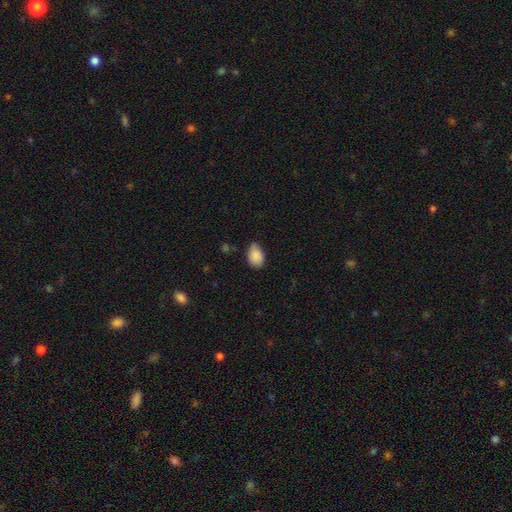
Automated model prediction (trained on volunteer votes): This appears to be a smooth galaxy with no disk features (87%) that is in between round and cigar-shaped (85%). Merging: none (69%).